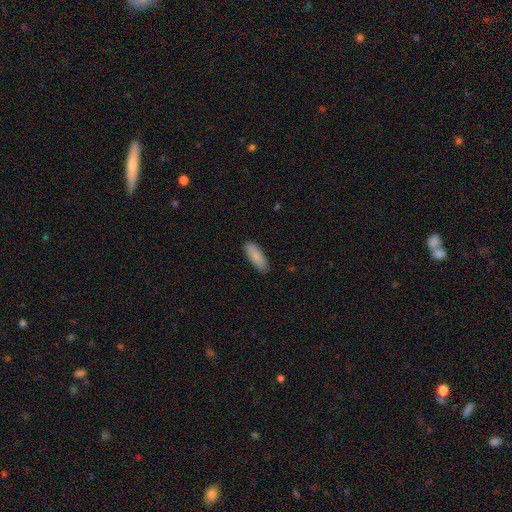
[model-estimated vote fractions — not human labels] This is clearly a smooth galaxy (88%). How rounded: likely in between (67%). Merging: clearly none (87%).